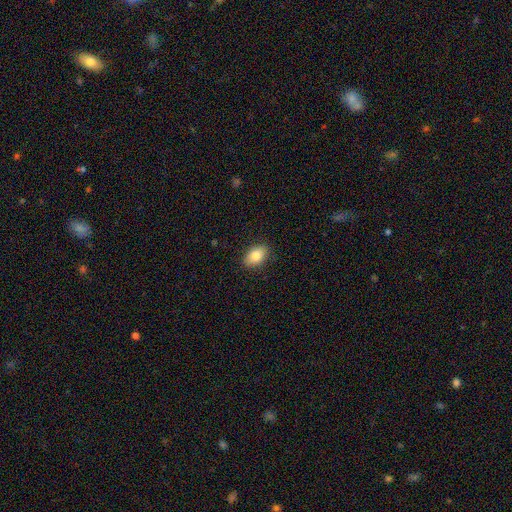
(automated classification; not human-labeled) smooth_or_featured: smooth (p=0.84) [alt: featured or disk p=0.09]
how_rounded: in between (p=0.89) [alt: round p=0.09]
merging: none (p=0.88) [alt: minor disturbance p=0.09]